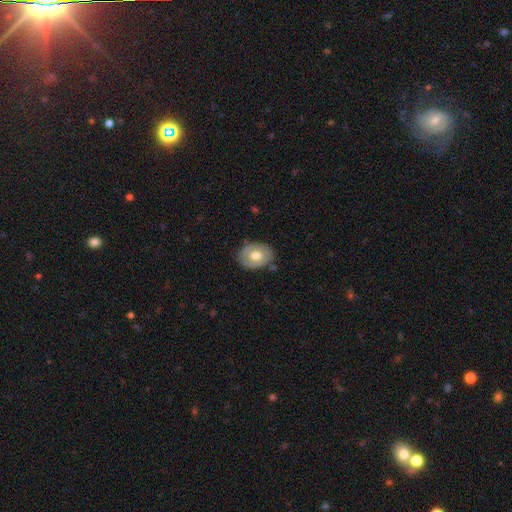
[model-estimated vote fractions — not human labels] Smooth or featured? Predicted: smooth (p=0.53). How rounded? Predicted: in between (p=0.65). Merging? Predicted: none (p=0.79).